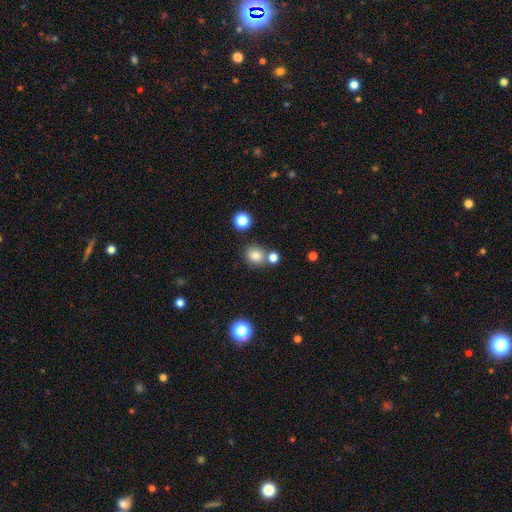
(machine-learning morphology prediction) The model was most divided on "merging": none: 69%, merger: 19%, minor disturbance: 9%, major disturbance: 3%. More confident: how rounded — round (82%); smooth or featured — smooth (81%).